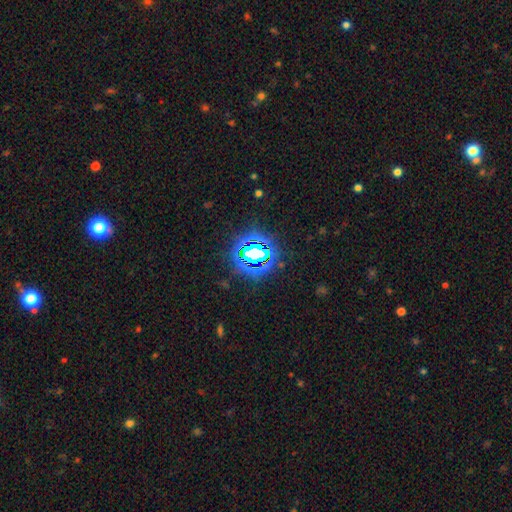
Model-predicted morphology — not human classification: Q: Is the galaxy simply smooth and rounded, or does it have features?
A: star or artifact — 76%.